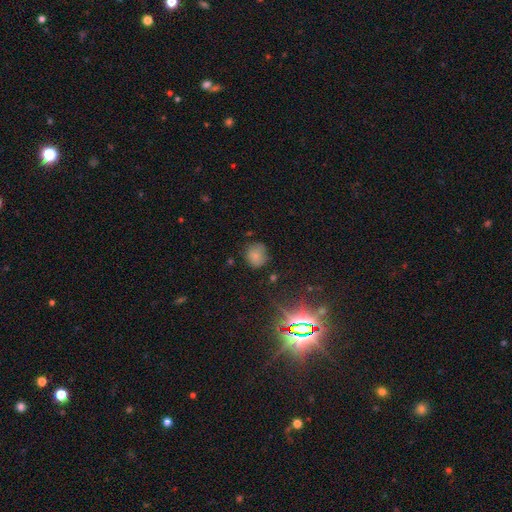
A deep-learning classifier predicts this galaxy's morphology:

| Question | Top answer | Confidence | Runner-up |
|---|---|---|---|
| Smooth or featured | smooth | 73% | star or artifact (18%) |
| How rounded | round | 78% | in between (21%) |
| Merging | none | 72% | minor disturbance (20%) |